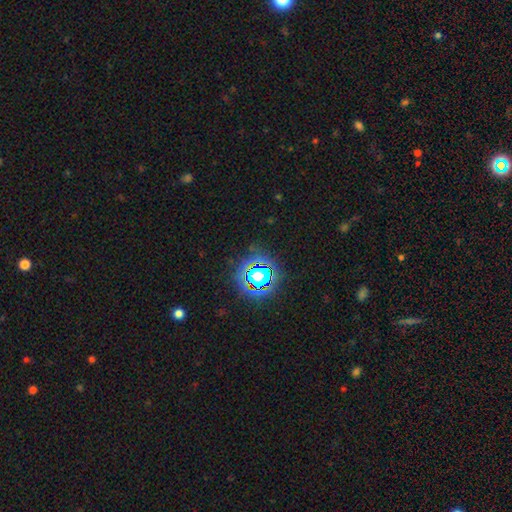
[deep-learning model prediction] Smooth or featured?
  - star or artifact: 81% *
  - smooth: 12%
  - featured or disk: 7%